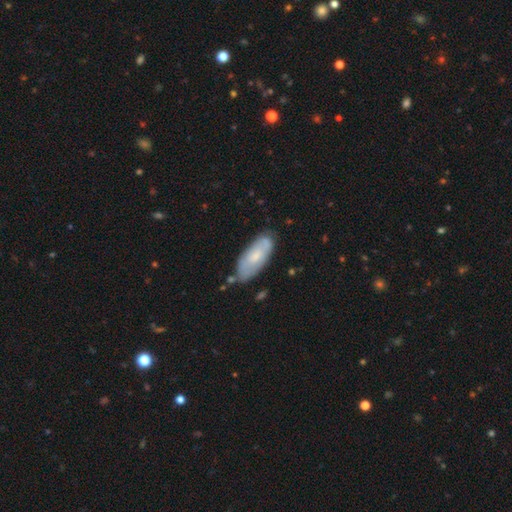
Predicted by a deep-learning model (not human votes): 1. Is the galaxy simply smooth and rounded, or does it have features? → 58% smooth, 36% featured or disk, 6% star or artifact.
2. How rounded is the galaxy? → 82% in between, 17% cigar-shaped, 2% round.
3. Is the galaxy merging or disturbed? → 71% none, 21% minor disturbance, 4% major disturbance, 4% merger.